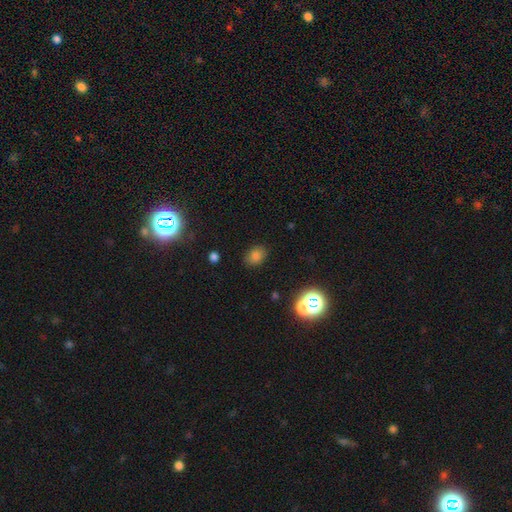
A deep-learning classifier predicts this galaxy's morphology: The model was most divided on "how rounded": in between: 64%, round: 35%, cigar-shaped: 1%. More confident: merging — none (85%); smooth or featured — smooth (77%).